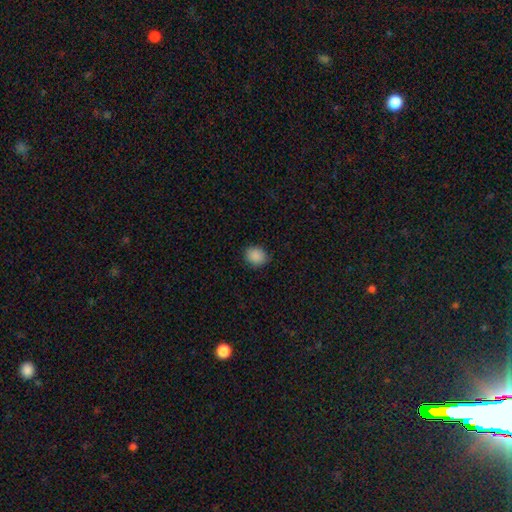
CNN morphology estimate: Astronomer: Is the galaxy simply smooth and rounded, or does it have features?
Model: smooth — 89%.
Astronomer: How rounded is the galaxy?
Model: round — 70%.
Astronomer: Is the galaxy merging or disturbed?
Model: none — 84%.